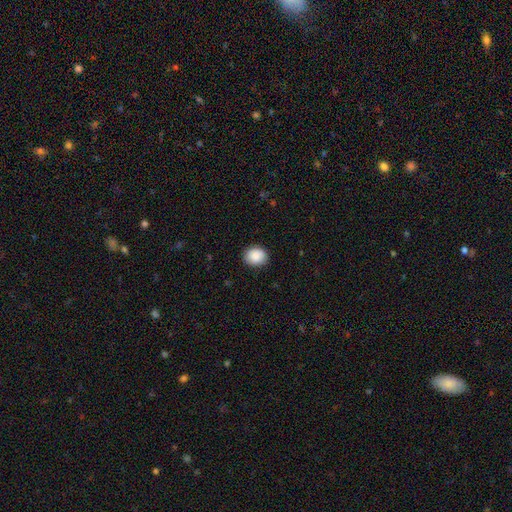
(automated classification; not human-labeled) Smooth or featured? Predicted: smooth (p=0.89). How rounded? Predicted: round (p=0.62). Merging? Predicted: none (p=0.87).